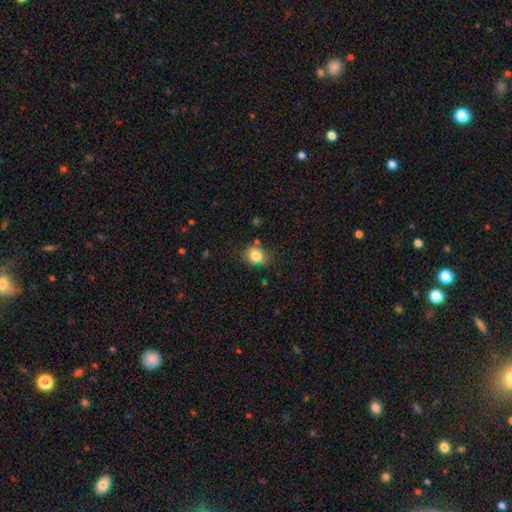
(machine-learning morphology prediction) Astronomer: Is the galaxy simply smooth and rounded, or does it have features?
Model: smooth — 82%.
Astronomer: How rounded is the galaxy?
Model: round — 59% (runner-up: in between, 40%).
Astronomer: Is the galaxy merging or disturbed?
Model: none — 69%.